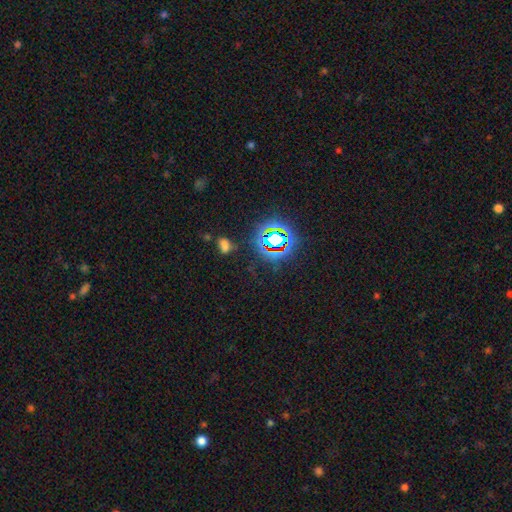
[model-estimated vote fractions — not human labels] smooth_or_featured: star or artifact (p=0.74) [alt: smooth p=0.17]